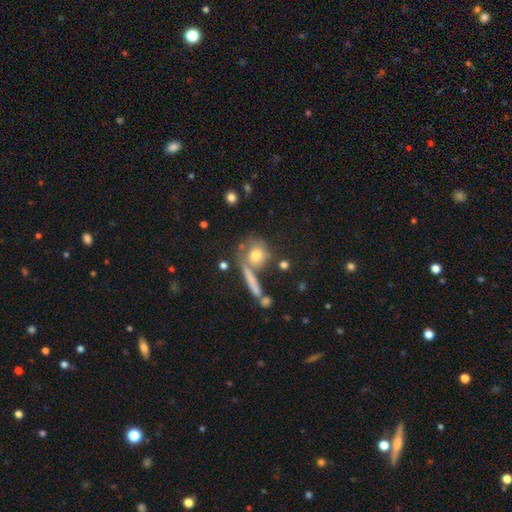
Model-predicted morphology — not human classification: smooth_or_featured: smooth (p=0.69) [alt: featured or disk p=0.20]
how_rounded: round (p=0.78) [alt: in between p=0.15]
merging: none (p=0.52) [alt: merger p=0.23]